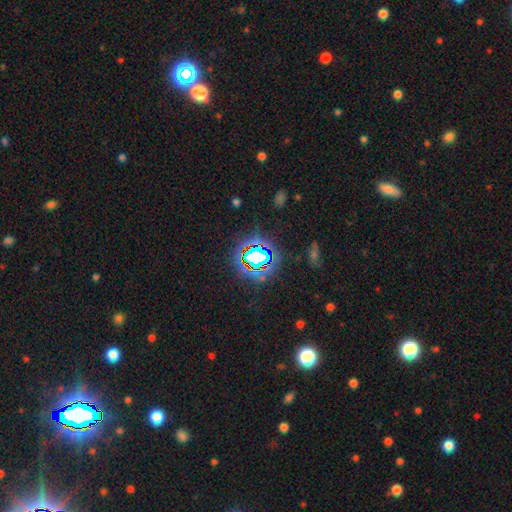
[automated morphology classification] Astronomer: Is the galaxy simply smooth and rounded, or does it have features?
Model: star or artifact — 74%.